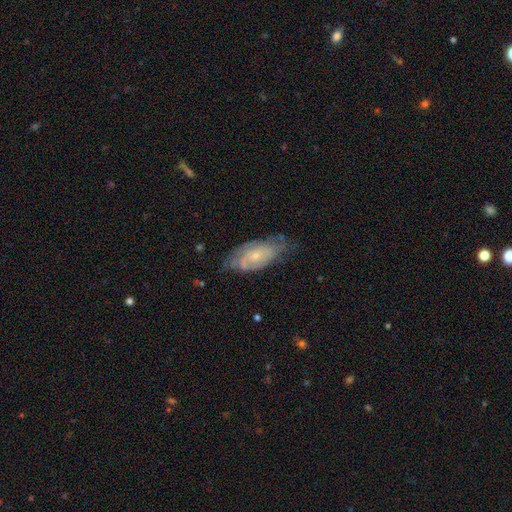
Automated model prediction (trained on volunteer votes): The model was most divided on "merging": none: 59%, minor disturbance: 29%, major disturbance: 10%, merger: 2%. More confident: edge-on disk — no (91%); spiral arms — yes (81%); bar — no (74%); smooth or featured — featured or disk (67%); bulge size — small (65%).